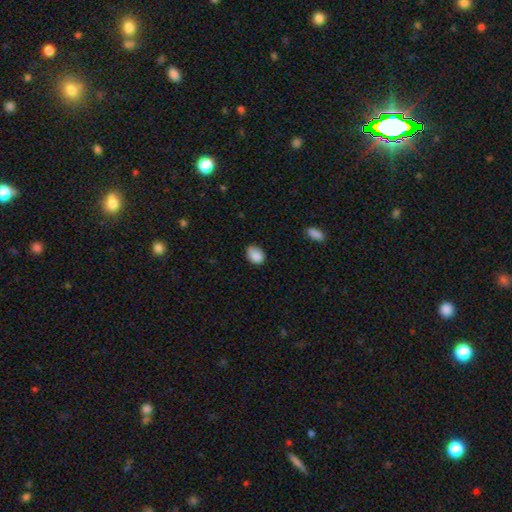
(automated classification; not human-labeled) smooth_or_featured: smooth (p=0.87) [alt: star or artifact p=0.08]
how_rounded: in between (p=0.67) [alt: round p=0.32]
merging: none (p=0.71) [alt: minor disturbance p=0.24]